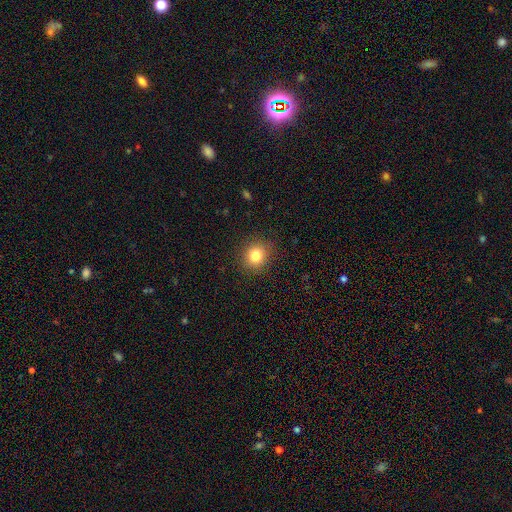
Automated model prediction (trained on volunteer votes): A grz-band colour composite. It shows a smooth galaxy with no disk features (82%) that is round (82%). Merging: none (89%).